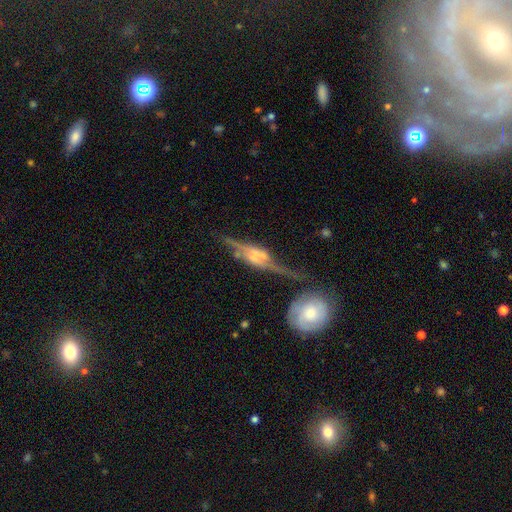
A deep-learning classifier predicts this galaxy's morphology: type=featured or disk (83%); edge-on=yes (80%); edge-on bulge=rounded (54%); merging=none (47%).